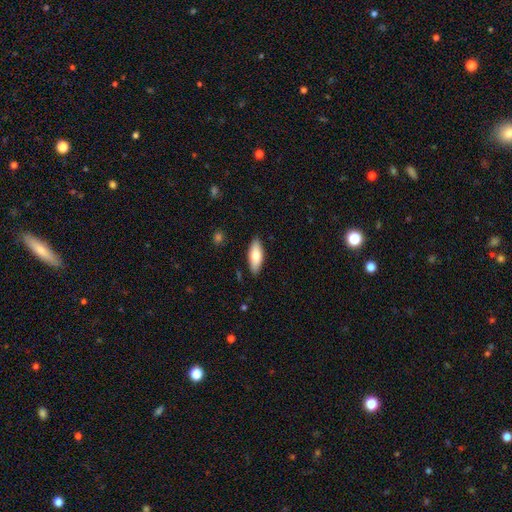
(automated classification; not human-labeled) A smooth galaxy with no disk features (77%) that is in between round and cigar-shaped (73%).

Vote fractions:
- Smooth or featured? smooth: 77% / featured or disk: 17% / star or artifact: 6%
- How rounded? in between: 73% / cigar-shaped: 25% / round: 2%
- Merging? none: 88% / minor disturbance: 9% / major disturbance: 2% / merger: 1%